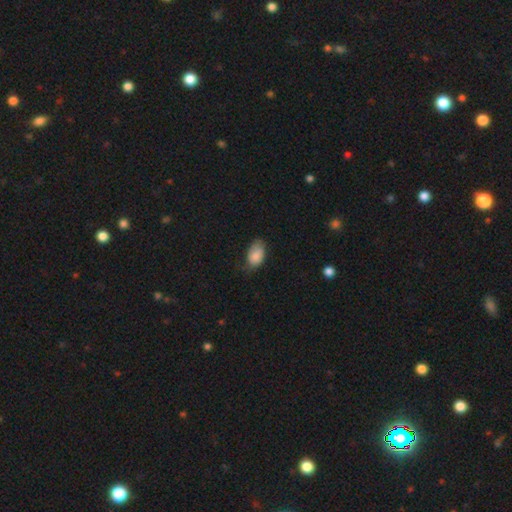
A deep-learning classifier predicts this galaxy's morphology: smooth 83%, featured or disk 10%, star or artifact 7%. Down the decision tree: how rounded — in between (92%); merging — none (52%).